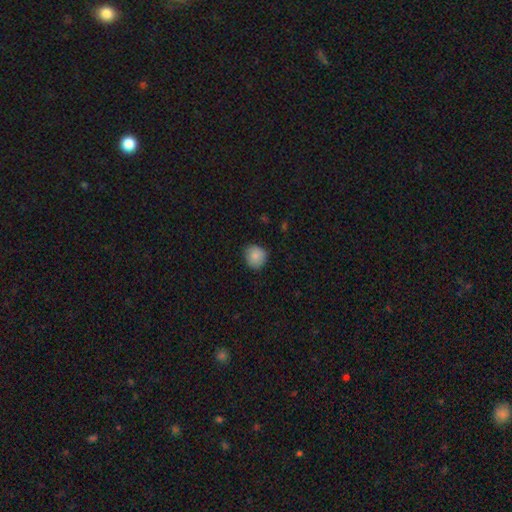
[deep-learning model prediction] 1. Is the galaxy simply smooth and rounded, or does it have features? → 86% smooth, 8% star or artifact, 6% featured or disk.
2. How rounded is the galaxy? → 85% round, 14% in between, 1% cigar-shaped.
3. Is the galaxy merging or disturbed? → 83% none, 14% minor disturbance, 3% major disturbance, 1% merger.